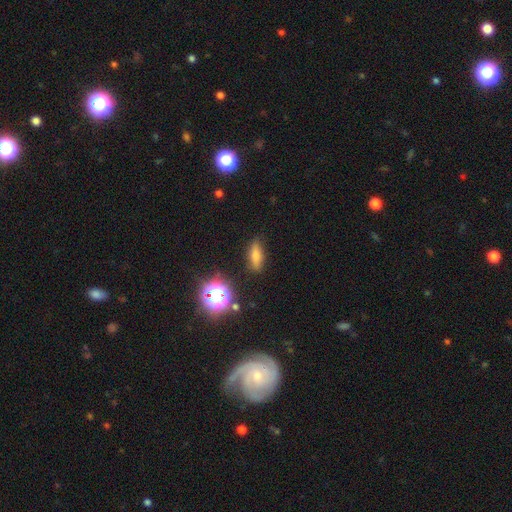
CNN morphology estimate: This is likely a smooth galaxy (71%). How rounded: likely in between (61%). Merging: clearly none (82%).